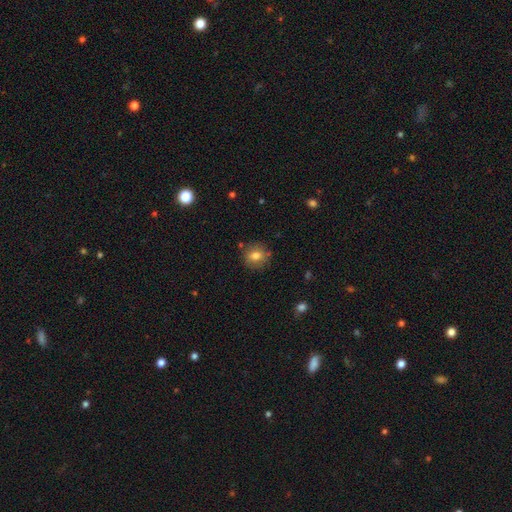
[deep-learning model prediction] Smooth or featured? smooth (77%)
How rounded? round (81%)
Merging? none (84%)